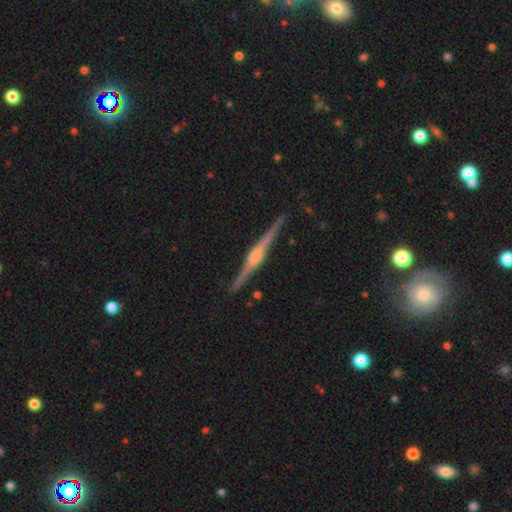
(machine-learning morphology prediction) type=featured or disk (88%); edge-on=yes (99%); edge-on bulge=rounded (76%); merging=none (90%).